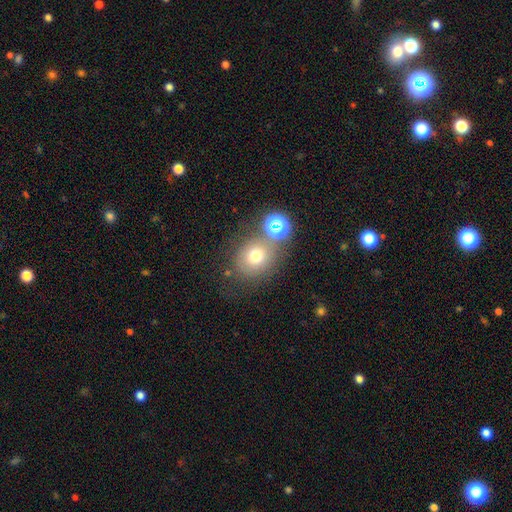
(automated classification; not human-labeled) This is likely a smooth galaxy (69%). How rounded: likely round (77%). Merging: likely none (66%).